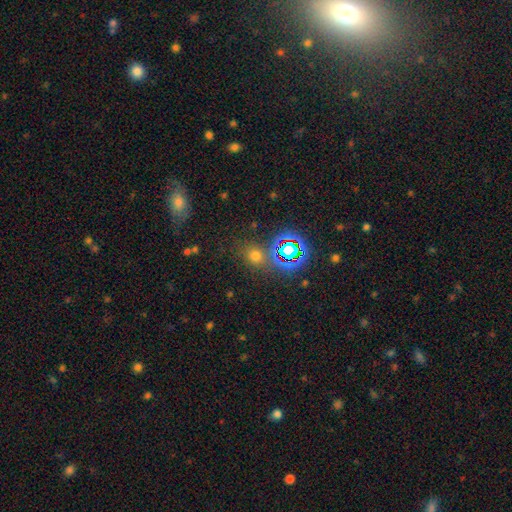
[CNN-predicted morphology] A smooth galaxy with no disk features (58%) that is round (72%).

Vote fractions:
- Smooth or featured? smooth: 58% / star or artifact: 35% / featured or disk: 8%
- How rounded? round: 72% / in between: 27% / cigar-shaped: 2%
- Merging? none: 75% / minor disturbance: 12% / merger: 9% / major disturbance: 5%